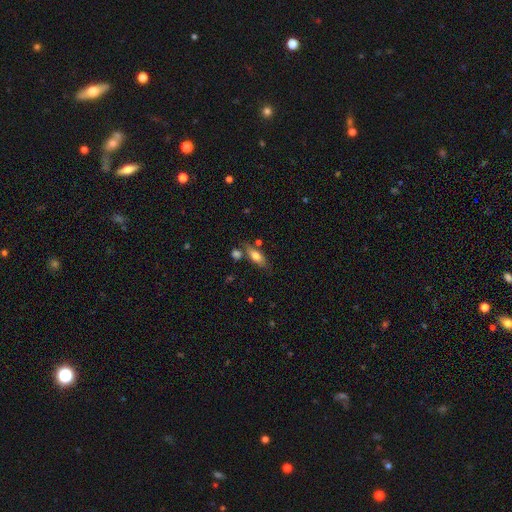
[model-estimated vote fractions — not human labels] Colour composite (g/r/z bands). It shows a smooth galaxy with no disk features (71%) that is in between round and cigar-shaped (72%). Merging: none (67%).